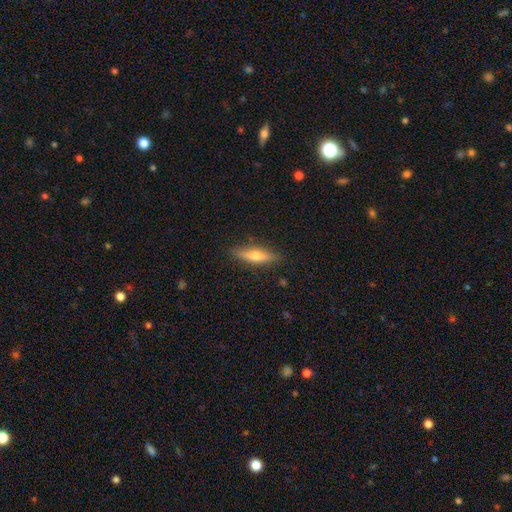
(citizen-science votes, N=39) Overall: featured or disk (49%; smooth 44%). Edge-on disk: yes (95%). Edge-on bulge: rounded (94%). Merging: none (81%).